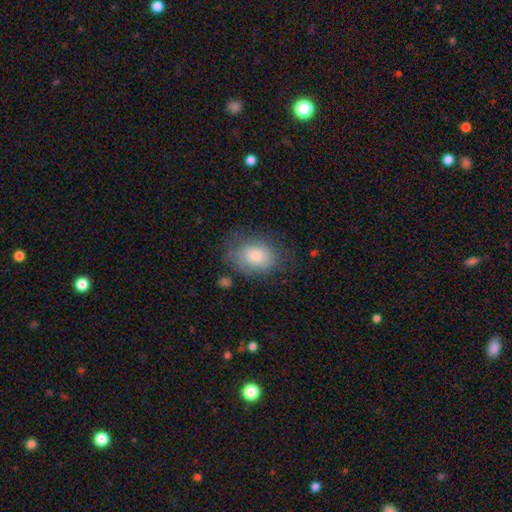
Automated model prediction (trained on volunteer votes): A smooth galaxy with no disk features (77%) that is in between round and cigar-shaped (68%). Merging: none (63%).